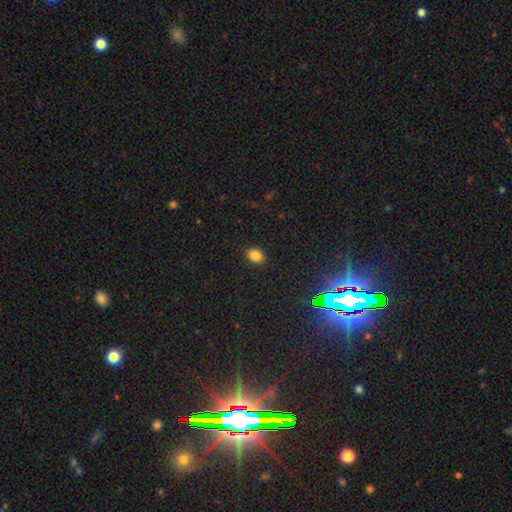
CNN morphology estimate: Smooth or featured? Predicted: smooth (p=0.84). How rounded? Predicted: in between (p=0.75). Merging? Predicted: none (p=0.89).